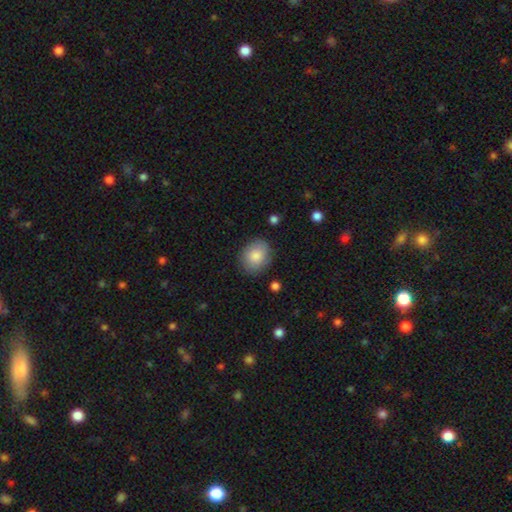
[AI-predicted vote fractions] smooth 83%, featured or disk 10%, star or artifact 7%. Down the decision tree: how rounded — round (52%); merging — none (84%).